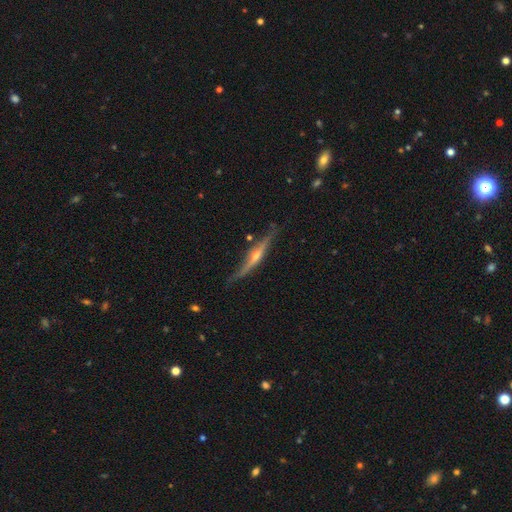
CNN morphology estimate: Q: Smooth or featured?
A: featured or disk (82%); runner-up: smooth (13%)
Q: Edge-on disk?
A: yes (96%); runner-up: no (4%)
Q: Edge-on bulge?
A: rounded (87%); runner-up: none (8%)
Q: Merging?
A: none (76%); runner-up: minor disturbance (18%)